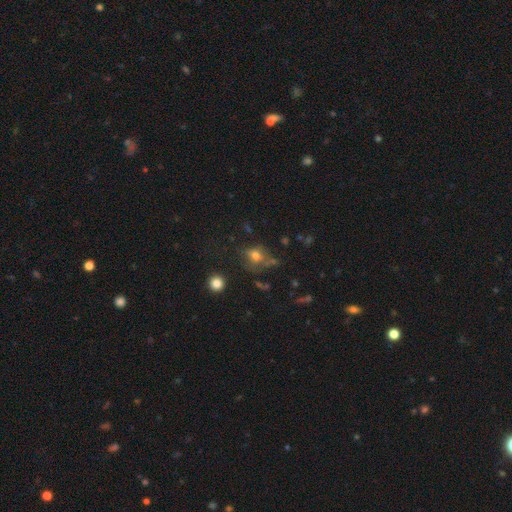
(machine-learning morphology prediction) Q: Smooth or featured?
A: smooth (68%); runner-up: star or artifact (17%)
Q: How rounded?
A: round (58%); runner-up: in between (40%)
Q: Merging?
A: none (57%); runner-up: minor disturbance (21%)